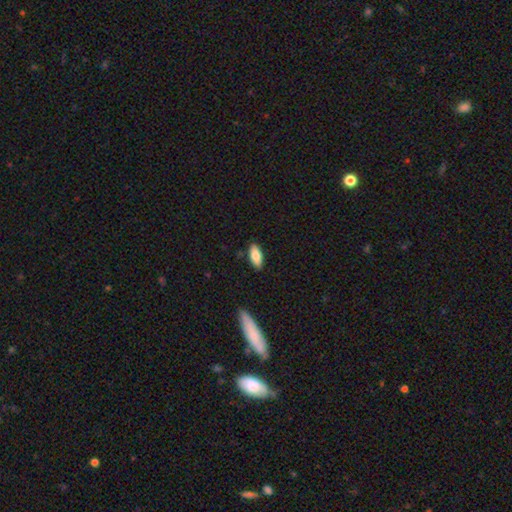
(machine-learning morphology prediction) Q: Smooth or featured?
A: smooth (83%); runner-up: featured or disk (11%)
Q: How rounded?
A: in between (84%); runner-up: cigar-shaped (14%)
Q: Merging?
A: none (87%); runner-up: minor disturbance (10%)